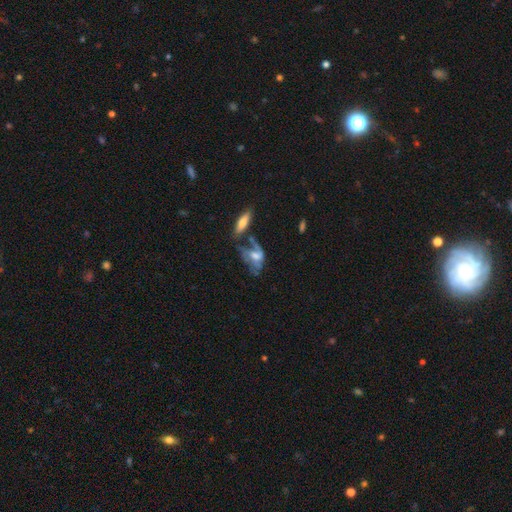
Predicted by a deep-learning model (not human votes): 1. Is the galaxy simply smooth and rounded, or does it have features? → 61% featured or disk, 31% smooth, 9% star or artifact.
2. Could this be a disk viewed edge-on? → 90% no, 10% yes.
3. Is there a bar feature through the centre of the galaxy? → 56% no, 34% weak, 10% strong.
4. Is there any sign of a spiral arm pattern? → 66% yes, 34% no.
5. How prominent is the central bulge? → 45% moderate, 21% small, 18% large, 13% none, 2% dominant.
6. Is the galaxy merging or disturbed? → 30% none, 27% merger, 26% major disturbance, 18% minor disturbance.